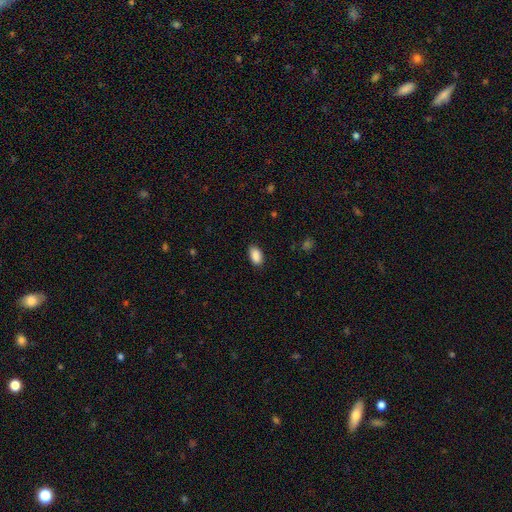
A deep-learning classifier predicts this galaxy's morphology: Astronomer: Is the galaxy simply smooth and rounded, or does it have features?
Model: smooth — 89%.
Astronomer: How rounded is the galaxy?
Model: in between — 93%.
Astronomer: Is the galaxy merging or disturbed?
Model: none — 85%.